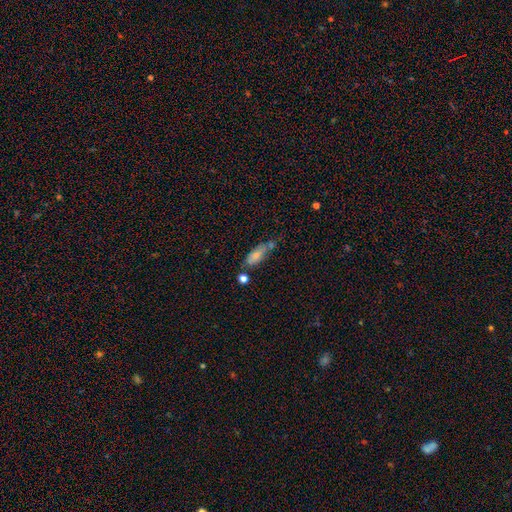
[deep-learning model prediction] This is likely a smooth galaxy (74%). How rounded: likely in between (69%). Merging: possibly none (49%).